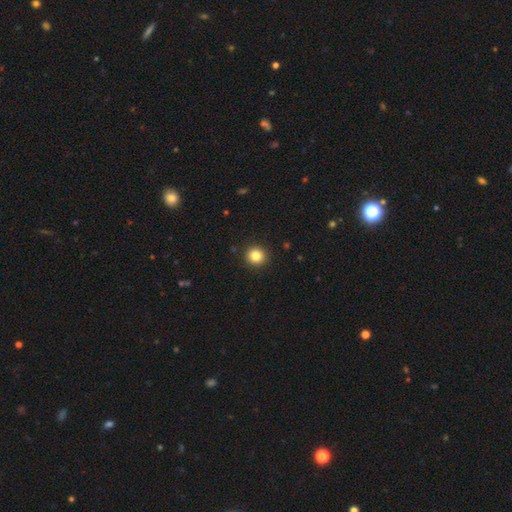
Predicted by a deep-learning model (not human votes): Morphology: type=smooth (84%); roundness=round (93%); merging=none (92%).